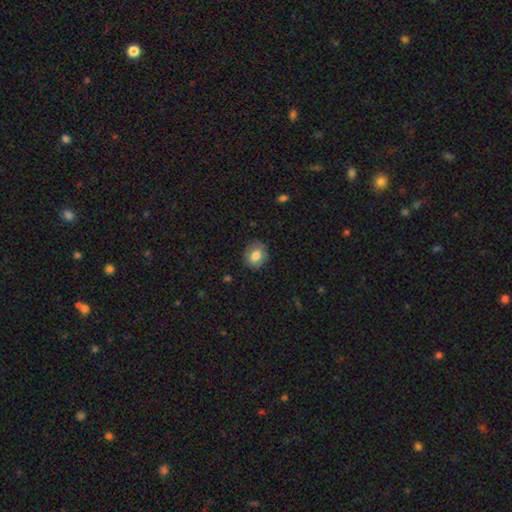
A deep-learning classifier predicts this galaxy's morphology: smooth 79%, featured or disk 12%, star or artifact 8%. Down the decision tree: how rounded — round (62%); merging — none (82%).